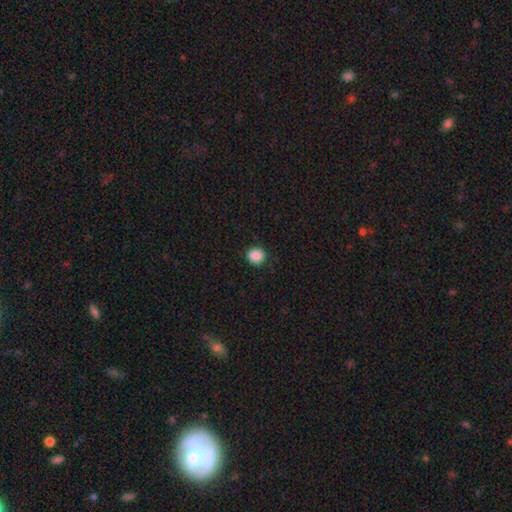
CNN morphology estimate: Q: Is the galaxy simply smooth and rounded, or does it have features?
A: smooth — 88%.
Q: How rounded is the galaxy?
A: round — 71%.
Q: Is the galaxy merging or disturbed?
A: none — 84%.